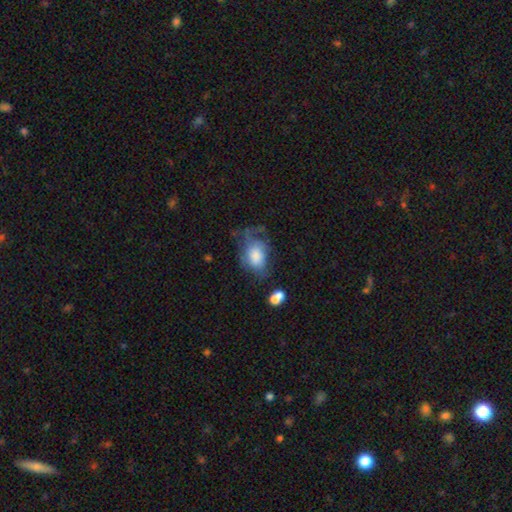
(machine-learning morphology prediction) This appears to be a smooth galaxy with no disk features (59%) that is in between round and cigar-shaped (77%). Merging: major disturbance (39%).